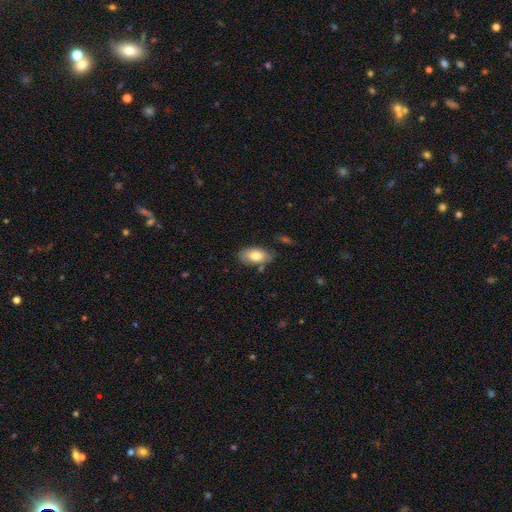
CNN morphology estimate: smooth-or-featured: smooth: 80% | featured or disk: 14% | star or artifact: 6%
  how-rounded: in between: 93% | round: 3% | cigar-shaped: 3%
  merging: none: 71% | minor disturbance: 19% | merger: 5% | major disturbance: 4%